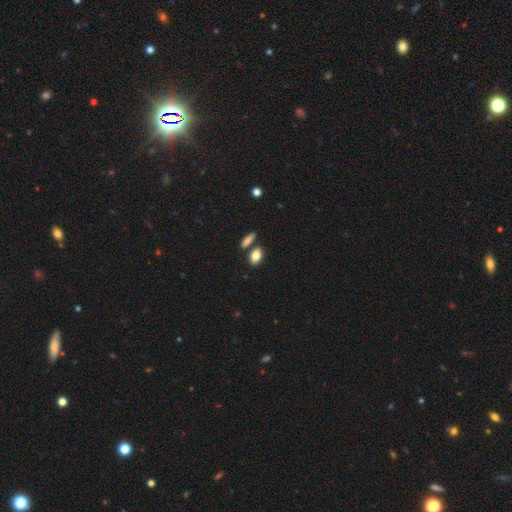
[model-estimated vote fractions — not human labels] Q: Smooth or featured?
A: smooth (81%); runner-up: featured or disk (11%)
Q: How rounded?
A: in between (85%); runner-up: round (9%)
Q: Merging?
A: none (70%); runner-up: merger (17%)